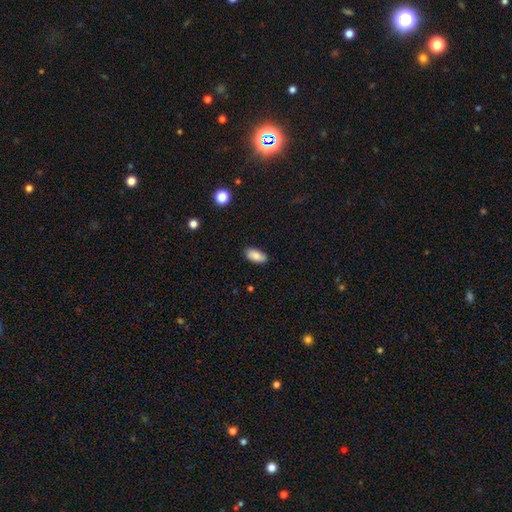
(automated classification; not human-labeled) A smooth galaxy with no disk features (86%) that is in between round and cigar-shaped (93%).

Vote fractions:
- Smooth or featured? smooth: 86% / star or artifact: 7% / featured or disk: 7%
- How rounded? in between: 93% / cigar-shaped: 4% / round: 3%
- Merging? none: 83% / minor disturbance: 13% / major disturbance: 2% / merger: 1%